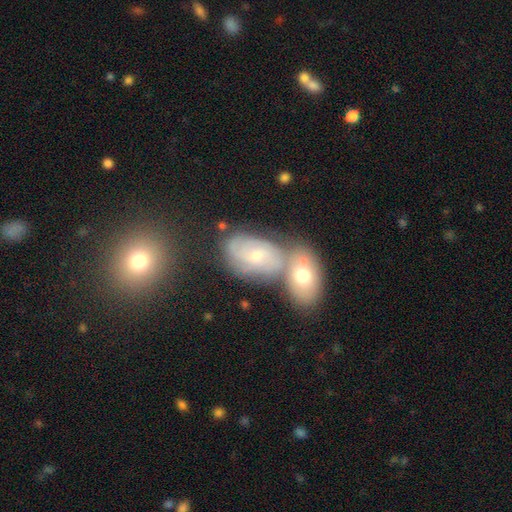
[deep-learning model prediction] featured or disk 63%, smooth 28%, star or artifact 10%. Down the decision tree: edge-on disk — no (95%); bar — no (75%); spiral arms — yes (83%); bulge size — small (62%); merging — none (42%).